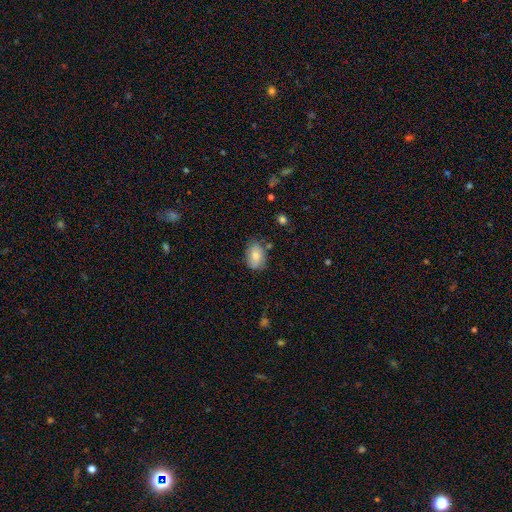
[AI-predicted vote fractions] The model was most divided on "merging": none: 72%, minor disturbance: 21%, major disturbance: 4%, merger: 3%. More confident: how rounded — in between (82%); smooth or featured — smooth (77%).